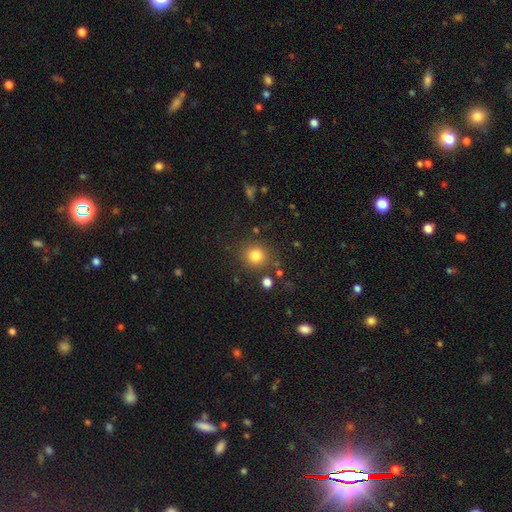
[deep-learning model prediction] Smooth or featured: smooth — 81% (star or artifact — 13%)
How rounded: round — 89% (in between — 10%)
Merging: none — 84% (minor disturbance — 9%)